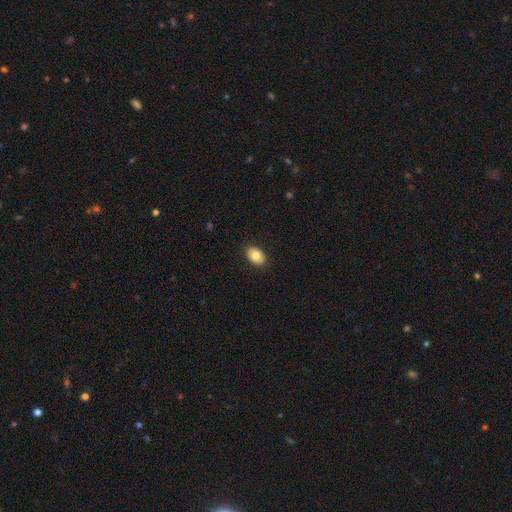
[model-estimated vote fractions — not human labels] This appears to be a smooth galaxy with no disk features (79%) that is in between round and cigar-shaped (82%). Merging: none (89%).